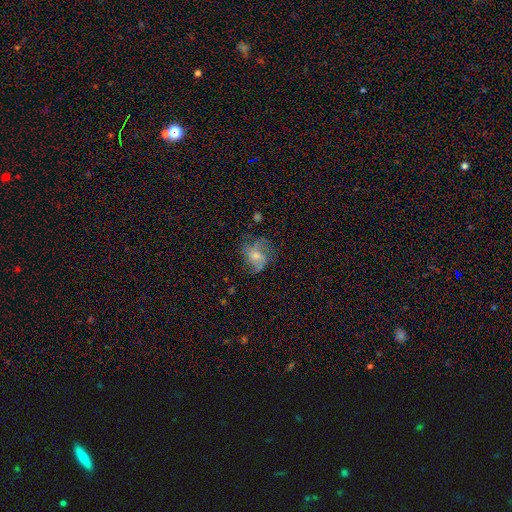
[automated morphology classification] The model was most divided on "bulge size": moderate: 43%, small: 42%, none: 9%, large: 5%, dominant: 1%. More confident: edge-on disk — no (97%); spiral arms — yes (79%); bar — no (58%); smooth or featured — featured or disk (57%); merging — none (56%).